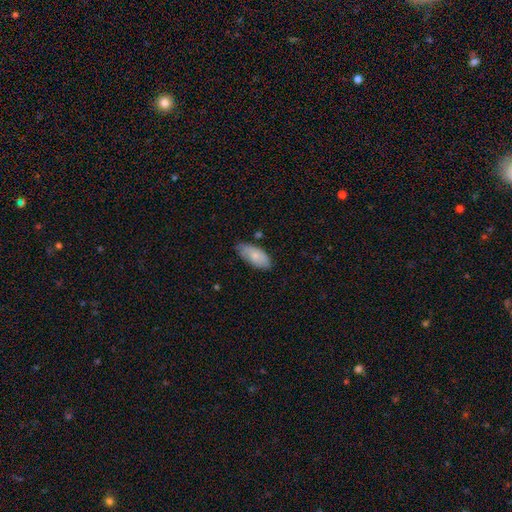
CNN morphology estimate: Smooth or featured? smooth (78%)
How rounded? in between (90%)
Merging? none (71%)